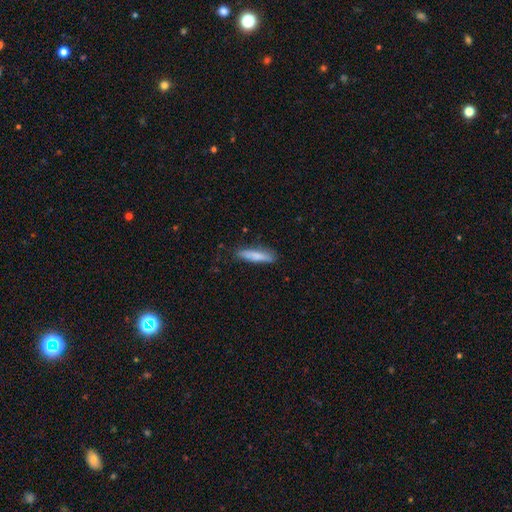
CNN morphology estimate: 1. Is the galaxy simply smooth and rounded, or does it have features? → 77% smooth, 17% featured or disk, 6% star or artifact.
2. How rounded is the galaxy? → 78% cigar-shaped, 21% in between, 2% round.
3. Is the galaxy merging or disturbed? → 79% none, 16% minor disturbance, 3% major disturbance, 2% merger.